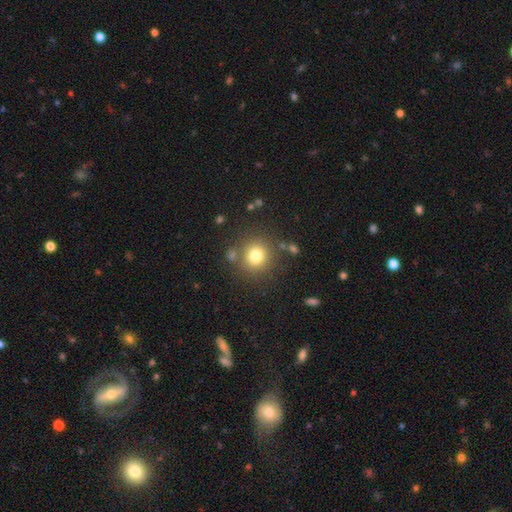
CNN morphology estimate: This appears to be a smooth galaxy with no disk features (77%) that is round (92%). Merging: none (81%).